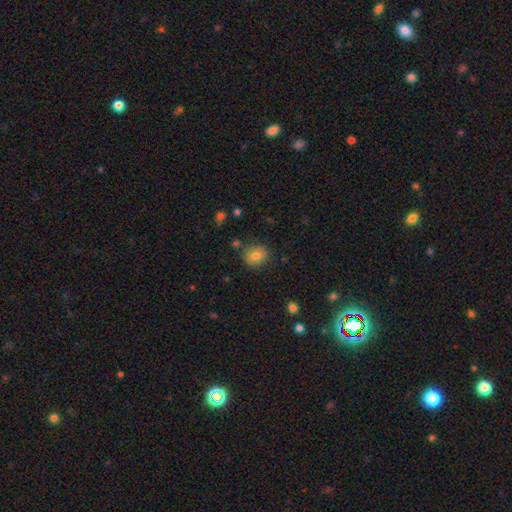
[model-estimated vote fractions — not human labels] This appears to be a smooth galaxy with no disk features (80%) that is round (61%). Merging: none (80%).